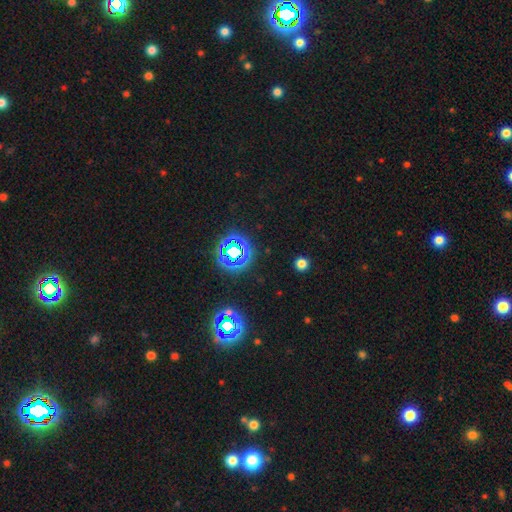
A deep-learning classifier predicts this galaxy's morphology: Overall: star or artifact (73%).